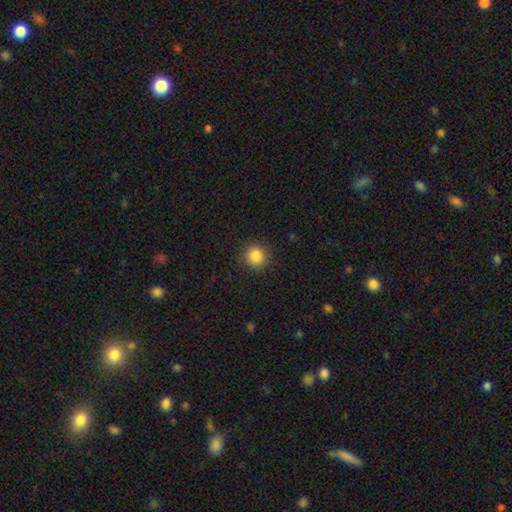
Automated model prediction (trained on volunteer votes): Smooth or featured: smooth — 86% (star or artifact — 11%)
How rounded: round — 92% (in between — 7%)
Merging: none — 89% (minor disturbance — 7%)